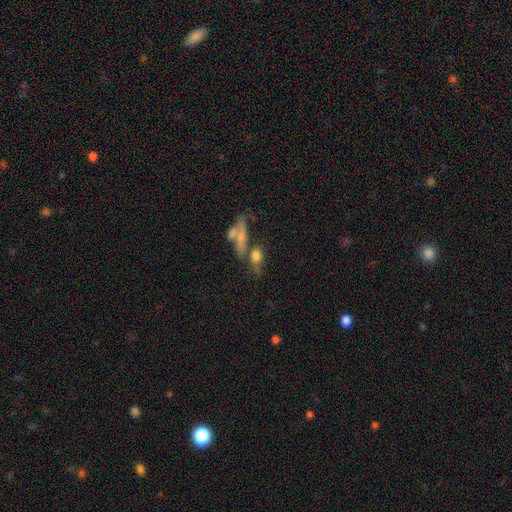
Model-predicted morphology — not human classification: Smooth or featured? smooth (67%)
How rounded? in between (62%)
Merging? none (38%)